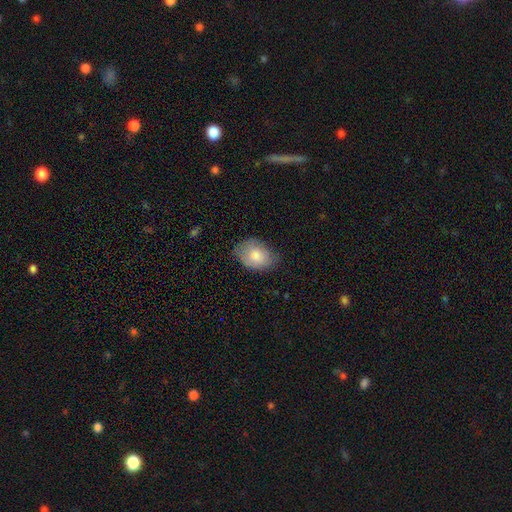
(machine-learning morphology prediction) This appears to be a smooth galaxy with no disk features (77%) that is in between round and cigar-shaped (77%). Merging: none (70%).